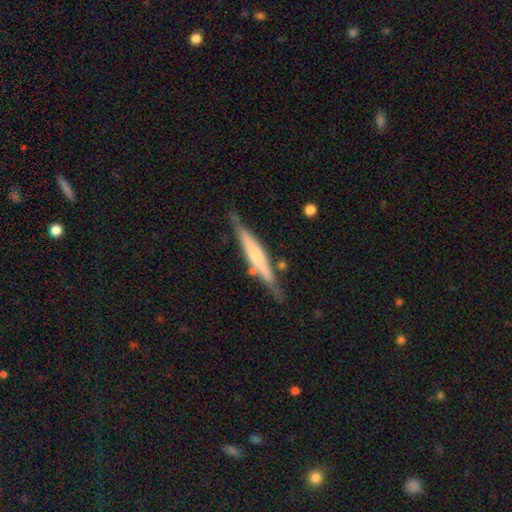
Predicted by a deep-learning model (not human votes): This appears to be a featured or disk galaxy (54%) viewed edge-on (94%) with a rounded central bulge (45%). Merging: none (76%).